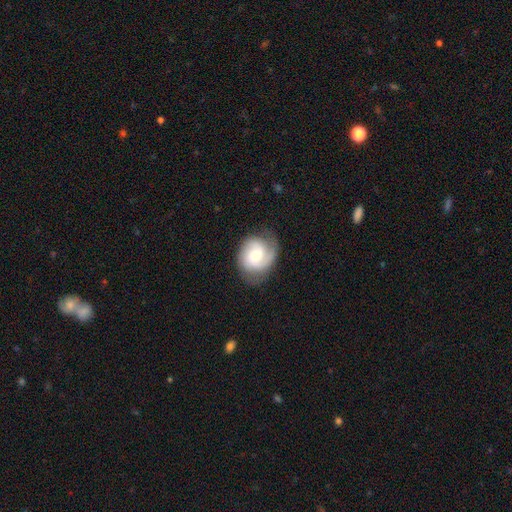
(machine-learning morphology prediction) The model was most divided on "spiral winding": medium: 43%, tight: 40%, loose: 17%. More confident: edge-on disk — no (97%); spiral arms — yes (92%); merging — none (69%); smooth or featured — featured or disk (68%); spiral arm count — 2 (60%); bulge size — moderate (59%); bar — no (53%).